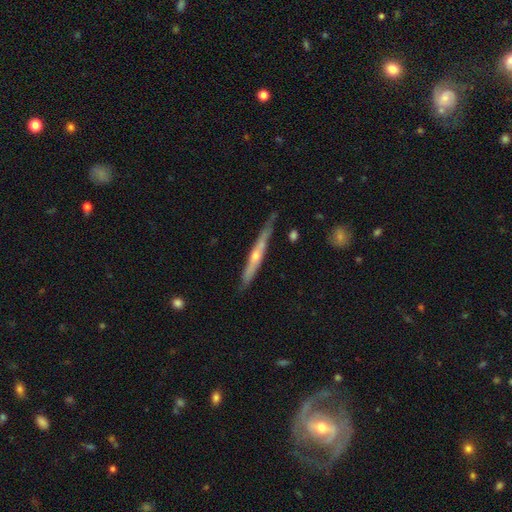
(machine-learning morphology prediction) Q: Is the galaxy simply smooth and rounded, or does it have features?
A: featured or disk — 67%.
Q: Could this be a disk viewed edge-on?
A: yes — 94%.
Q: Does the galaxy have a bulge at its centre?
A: rounded — 68%.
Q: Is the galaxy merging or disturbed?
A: none — 77%.